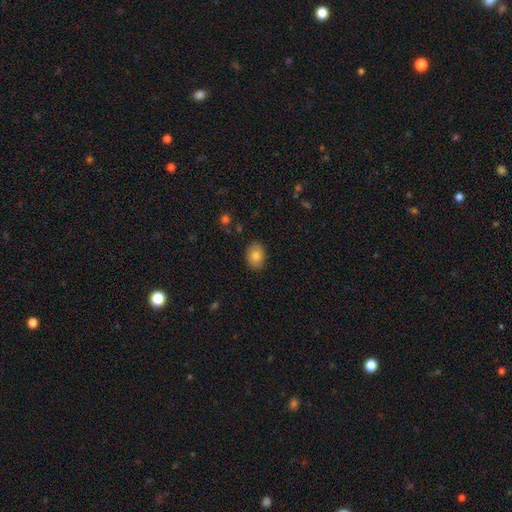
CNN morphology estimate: smooth-or-featured: smooth: 82% | featured or disk: 10% | star or artifact: 8%
  how-rounded: in between: 61% | round: 38% | cigar-shaped: 1%
  merging: none: 87% | minor disturbance: 10% | major disturbance: 2% | merger: 1%